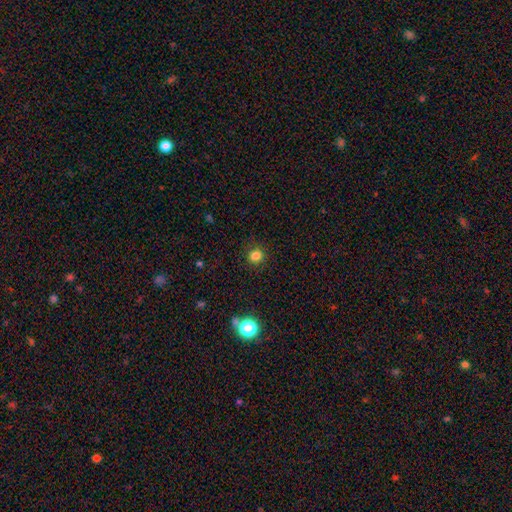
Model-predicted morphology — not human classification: Smooth or featured: smooth — 82% (star or artifact — 14%)
How rounded: round — 84% (in between — 15%)
Merging: none — 89% (minor disturbance — 7%)